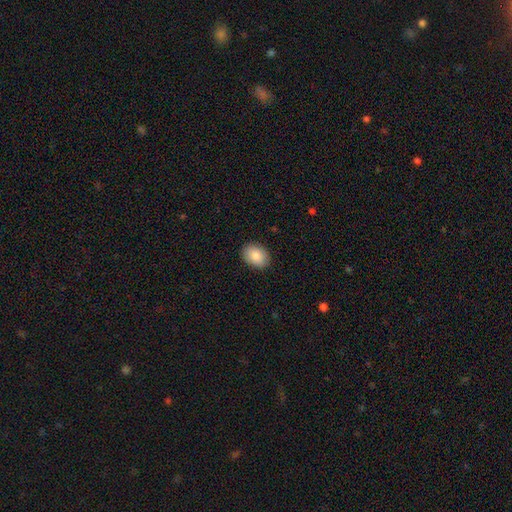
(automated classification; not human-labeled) Q: Smooth or featured?
A: smooth (86%); runner-up: star or artifact (7%)
Q: How rounded?
A: in between (73%); runner-up: round (26%)
Q: Merging?
A: none (89%); runner-up: minor disturbance (8%)